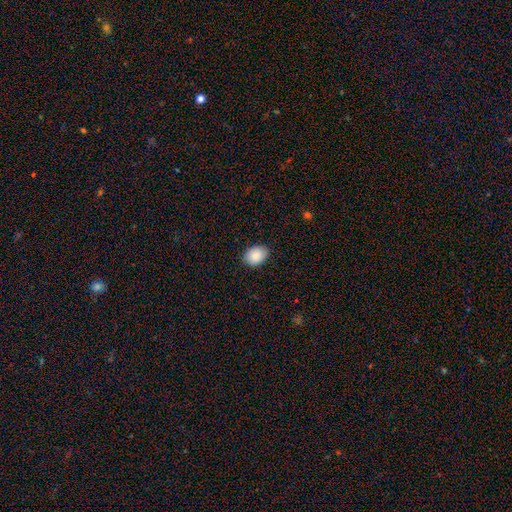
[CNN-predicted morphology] Smooth or featured? Predicted: smooth (p=0.89). How rounded? Predicted: in between (p=0.73). Merging? Predicted: none (p=0.87).